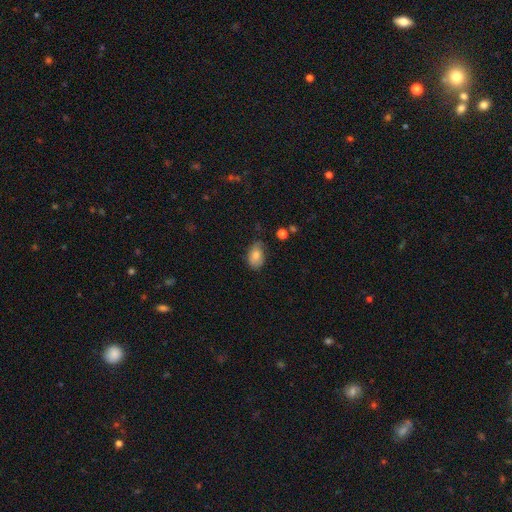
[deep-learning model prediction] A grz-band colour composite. It shows a smooth galaxy with no disk features (76%) that is in between round and cigar-shaped (86%). Merging: none (57%).